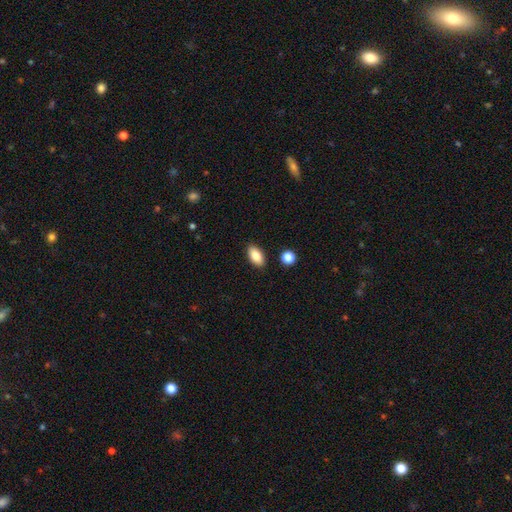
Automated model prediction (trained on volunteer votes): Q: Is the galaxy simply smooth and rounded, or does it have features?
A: smooth — 85%.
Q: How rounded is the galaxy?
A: in between — 91%.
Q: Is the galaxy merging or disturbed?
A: none — 88%.